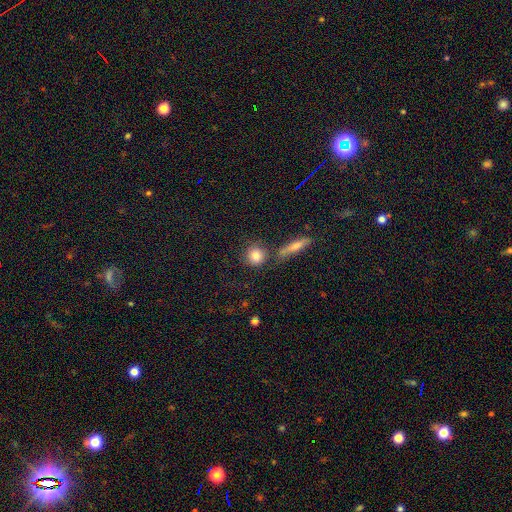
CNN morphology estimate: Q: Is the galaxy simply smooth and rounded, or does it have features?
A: smooth — 79%.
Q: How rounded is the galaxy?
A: round — 86%.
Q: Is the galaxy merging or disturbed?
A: none — 72%.